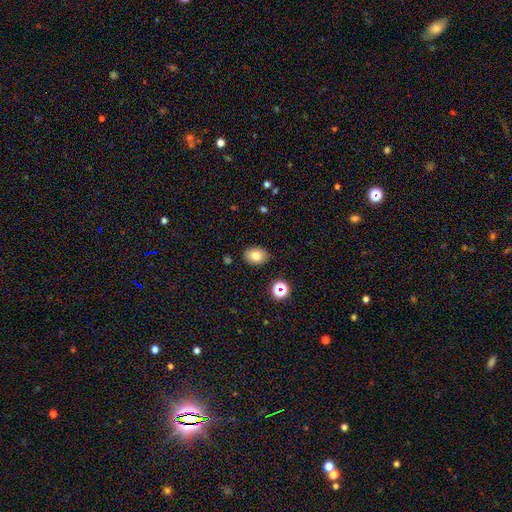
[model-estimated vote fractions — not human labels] Overall: smooth (78%). How rounded: in between (67%; round 32%). Merging: none (84%).